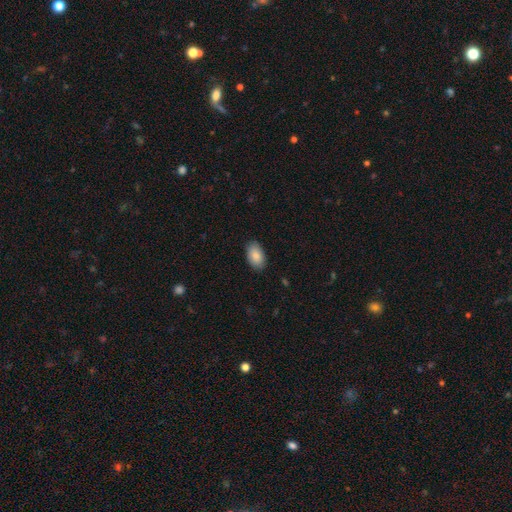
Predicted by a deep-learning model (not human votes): smooth_or_featured: smooth (p=0.88) [alt: star or artifact p=0.06]
how_rounded: in between (p=0.94) [alt: round p=0.05]
merging: none (p=0.87) [alt: minor disturbance p=0.10]